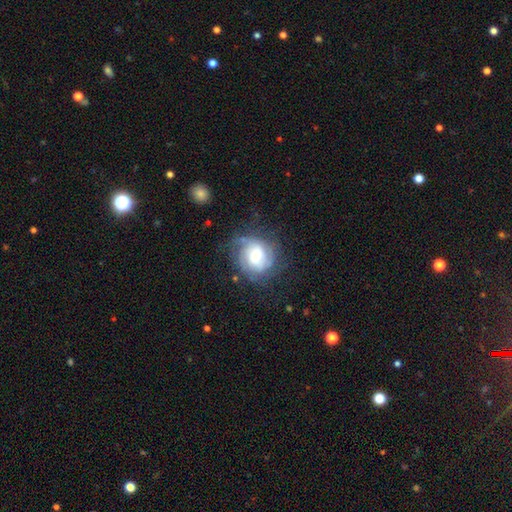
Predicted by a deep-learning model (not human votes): featured or disk 70%, smooth 22%, star or artifact 8%. Down the decision tree: edge-on disk — no (97%); bar — no (57%); spiral arms — yes (90%); spiral arm count — can't tell (37%); spiral winding — tight (54%); bulge size — moderate (55%); merging — none (66%).